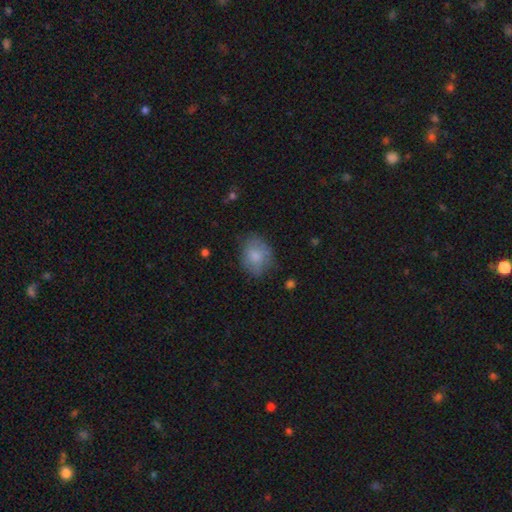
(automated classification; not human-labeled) The model was most divided on "how rounded": in between: 56%, round: 43%, cigar-shaped: 1%. More confident: smooth or featured — smooth (77%); merging — none (67%).